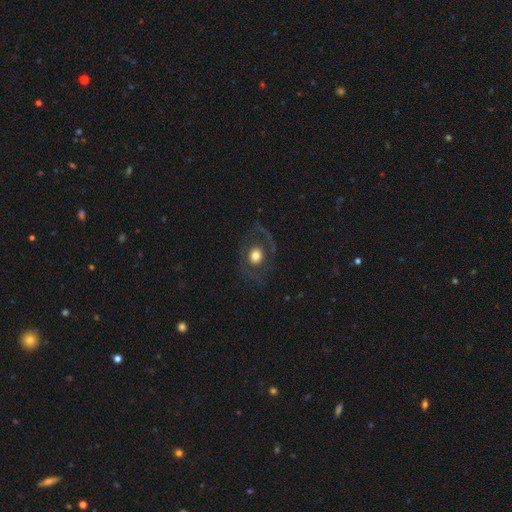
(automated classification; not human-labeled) This appears to be a featured or disk galaxy (47%). Merging: none (73%).